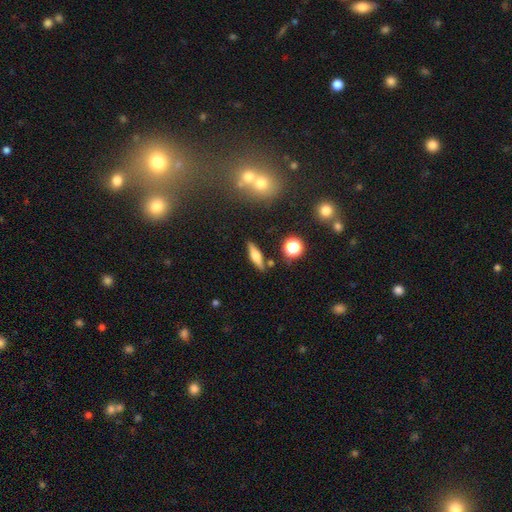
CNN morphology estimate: smooth_or_featured: smooth (p=0.46) [alt: featured or disk p=0.44]
merging: none (p=0.84) [alt: minor disturbance p=0.10]